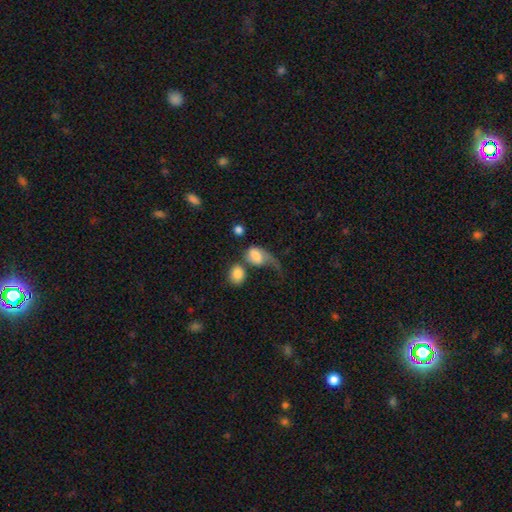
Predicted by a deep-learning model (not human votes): A smooth galaxy with no disk features (65%) that is in between round and cigar-shaped (75%).

Vote fractions:
- Smooth or featured? smooth: 65% / featured or disk: 27% / star or artifact: 9%
- How rounded? in between: 75% / round: 23% / cigar-shaped: 2%
- Merging? major disturbance: 43% / merger: 27% / none: 16% / minor disturbance: 14%